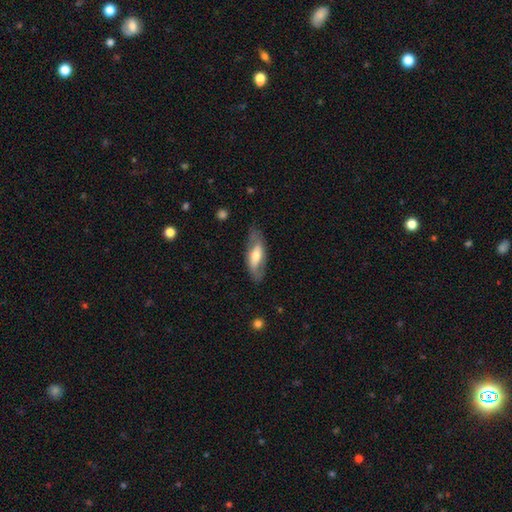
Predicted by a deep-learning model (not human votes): A featured or disk galaxy (52%).

Vote fractions:
- Smooth or featured? featured or disk: 52% / smooth: 42% / star or artifact: 6%
- Edge-on disk? no: 74% / yes: 26%
- Merging? none: 74% / minor disturbance: 18% / major disturbance: 7% / merger: 2%